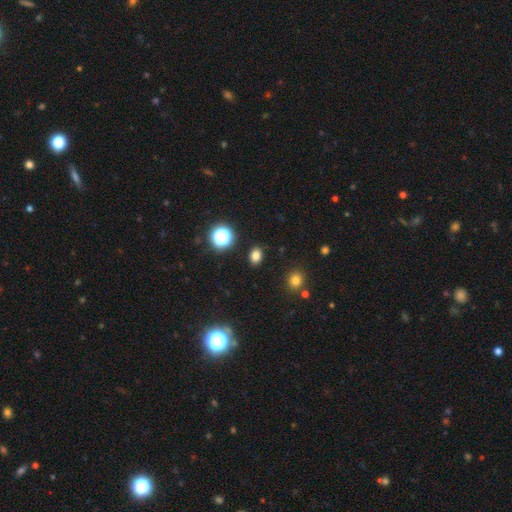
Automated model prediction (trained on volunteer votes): Morphology: type=smooth (78%); roundness=in between (69%); merging=none (88%).